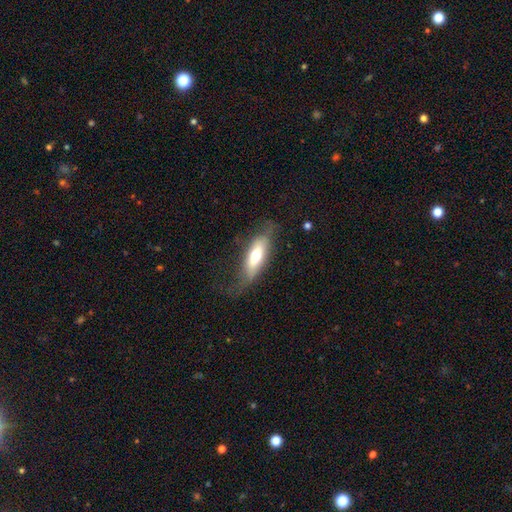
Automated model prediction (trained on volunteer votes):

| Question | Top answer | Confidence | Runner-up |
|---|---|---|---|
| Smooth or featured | smooth | 57% | featured or disk (36%) |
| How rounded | in between | 60% | cigar-shaped (37%) |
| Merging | none | 57% | minor disturbance (25%) |